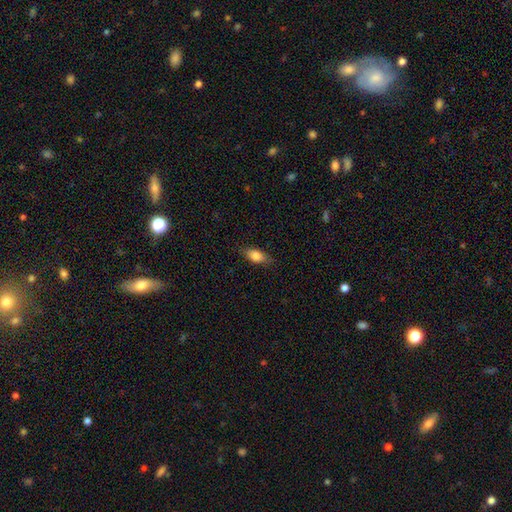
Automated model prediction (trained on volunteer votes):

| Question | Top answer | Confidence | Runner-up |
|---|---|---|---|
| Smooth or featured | smooth | 80% | featured or disk (12%) |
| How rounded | in between | 83% | cigar-shaped (13%) |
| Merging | none | 83% | minor disturbance (13%) |